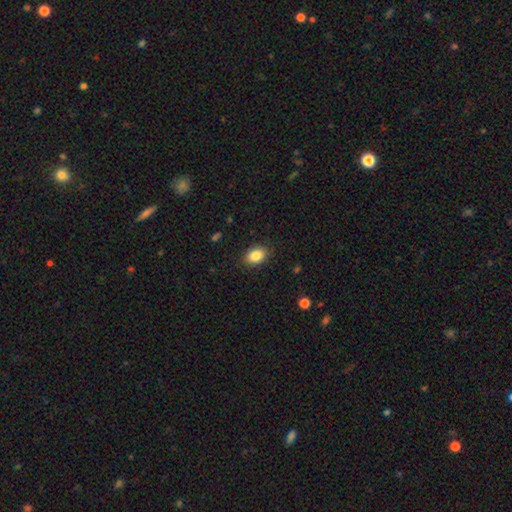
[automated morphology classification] Q: Smooth or featured?
A: smooth (86%); runner-up: star or artifact (8%)
Q: How rounded?
A: in between (80%); runner-up: round (19%)
Q: Merging?
A: none (88%); runner-up: minor disturbance (9%)